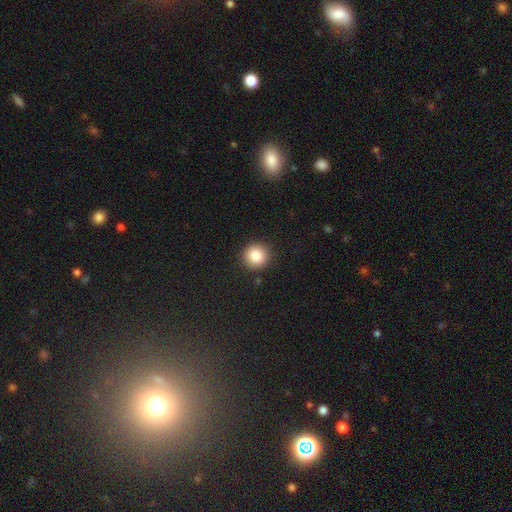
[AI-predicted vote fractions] This appears to be a smooth galaxy with no disk features (85%) that is round (93%). Merging: none (90%).